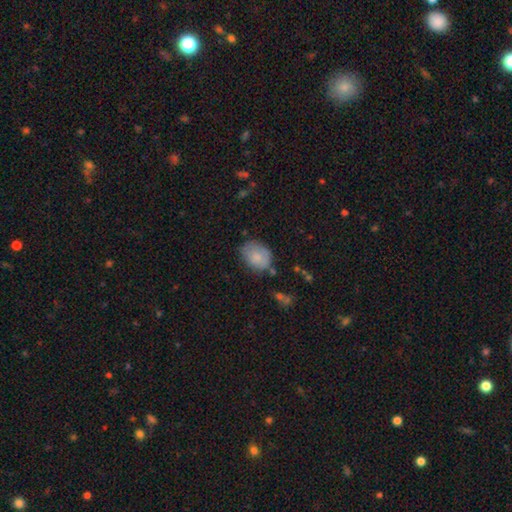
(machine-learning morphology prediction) smooth-or-featured: smooth: 81% | featured or disk: 11% | star or artifact: 8%
  how-rounded: in between: 63% | round: 36% | cigar-shaped: 1%
  merging: none: 60% | minor disturbance: 28% | major disturbance: 8% | merger: 4%